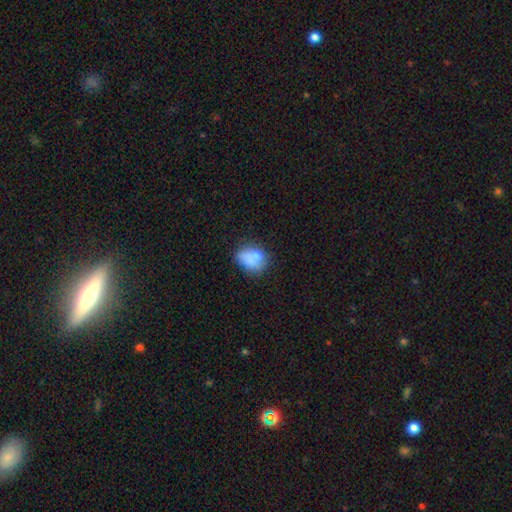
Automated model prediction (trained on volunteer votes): This appears to be a smooth galaxy with no disk features (69%) that is in between round and cigar-shaped (55%). Merging: none (44%).